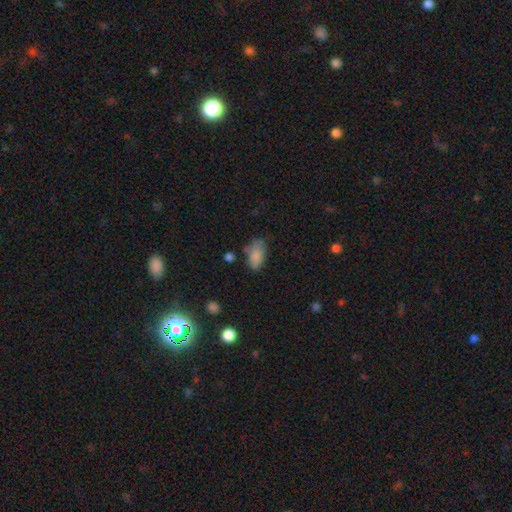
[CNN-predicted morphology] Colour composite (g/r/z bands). It shows a smooth galaxy with no disk features (84%) that is in between round and cigar-shaped (91%). Merging: none (59%).